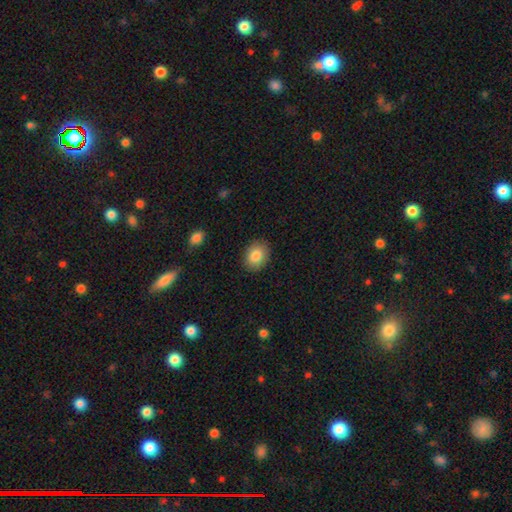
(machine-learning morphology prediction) Q: Smooth or featured?
A: smooth (85%); runner-up: star or artifact (7%)
Q: How rounded?
A: in between (60%); runner-up: round (39%)
Q: Merging?
A: none (88%); runner-up: minor disturbance (8%)